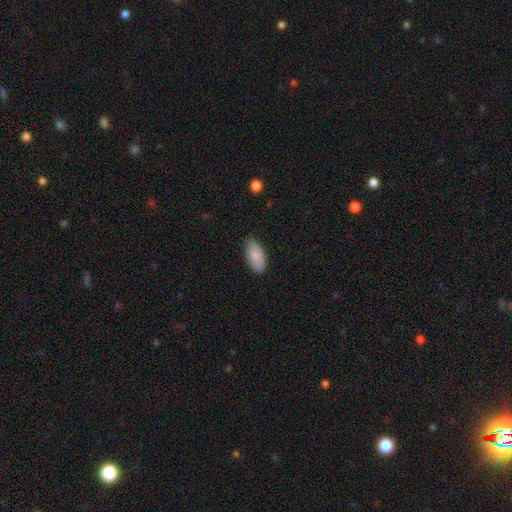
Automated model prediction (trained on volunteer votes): Morphology: type=smooth (86%); roundness=in between (93%); merging=none (80%).